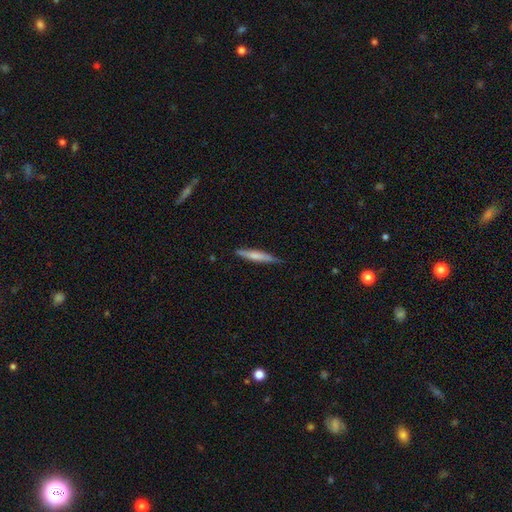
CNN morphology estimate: This appears to be a smooth galaxy with no disk features (62%) that is cigar-shaped (93%). Merging: none (82%).